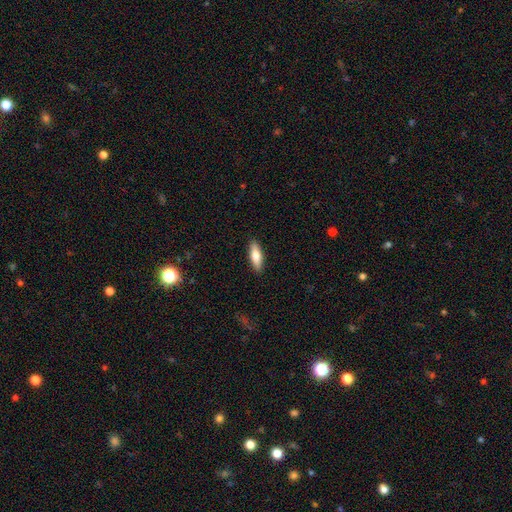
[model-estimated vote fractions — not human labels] smooth-or-featured: smooth: 70% | featured or disk: 24% | star or artifact: 6%
  how-rounded: in between: 51% | cigar-shaped: 47% | round: 2%
  merging: none: 90% | minor disturbance: 7% | major disturbance: 2% | merger: 1%